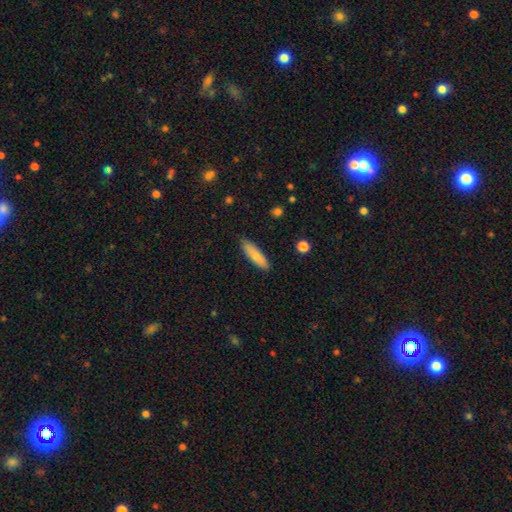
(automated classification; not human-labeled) Overall: smooth (77%). How rounded: cigar-shaped (62%; in between 36%). Merging: none (87%).